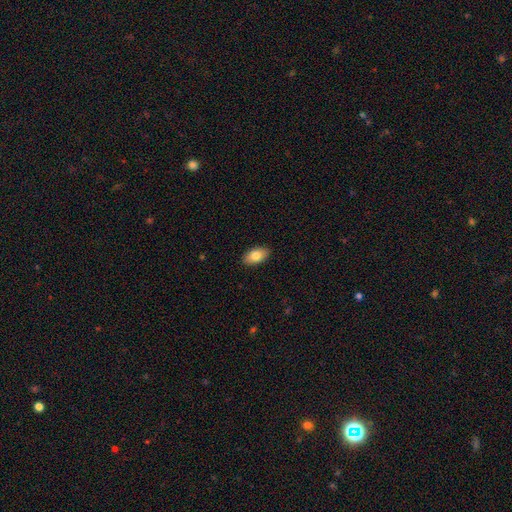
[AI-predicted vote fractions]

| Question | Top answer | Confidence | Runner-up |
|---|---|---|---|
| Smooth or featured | smooth | 81% | featured or disk (12%) |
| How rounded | in between | 93% | round (4%) |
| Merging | none | 89% | minor disturbance (8%) |